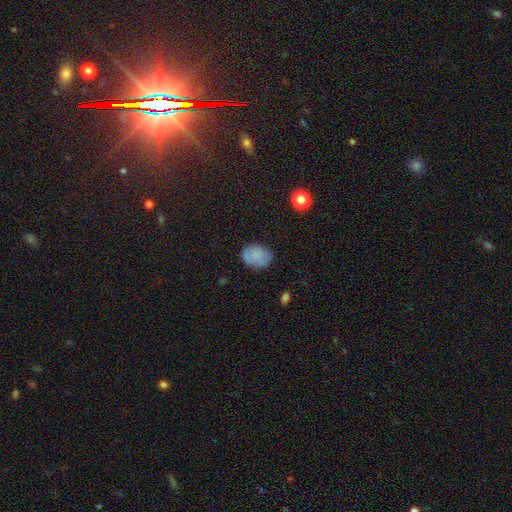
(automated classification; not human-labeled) smooth-or-featured: smooth: 78% | featured or disk: 13% | star or artifact: 10%
  how-rounded: in between: 63% | round: 36% | cigar-shaped: 1%
  merging: none: 75% | minor disturbance: 18% | major disturbance: 5% | merger: 2%